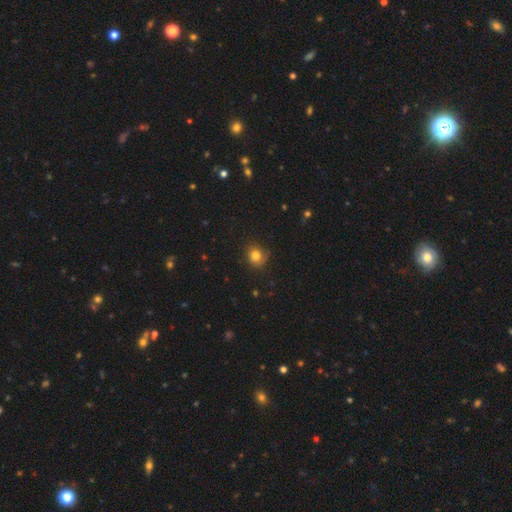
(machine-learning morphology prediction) smooth_or_featured: smooth (p=0.79) [alt: star or artifact p=0.11]
how_rounded: round (p=0.75) [alt: in between p=0.24]
merging: none (p=0.73) [alt: minor disturbance p=0.20]